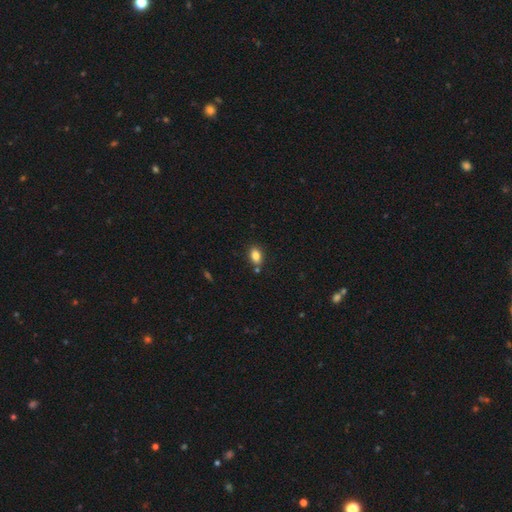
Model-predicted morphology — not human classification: smooth_or_featured: smooth (p=0.83) [alt: star or artifact p=0.10]
how_rounded: in between (p=0.81) [alt: round p=0.17]
merging: none (p=0.78) [alt: minor disturbance p=0.12]